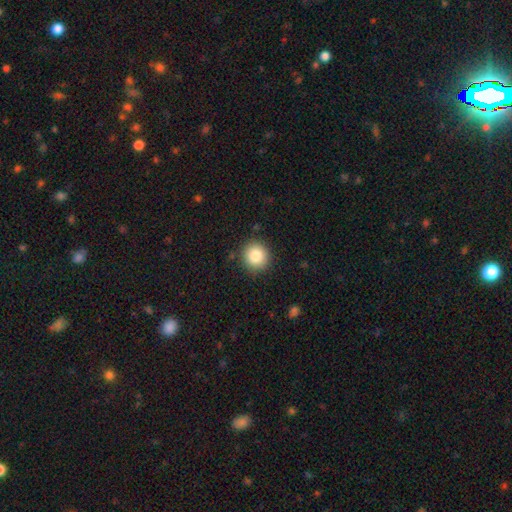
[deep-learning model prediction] smooth 84%, star or artifact 9%, featured or disk 7%. Down the decision tree: how rounded — round (92%); merging — none (89%).